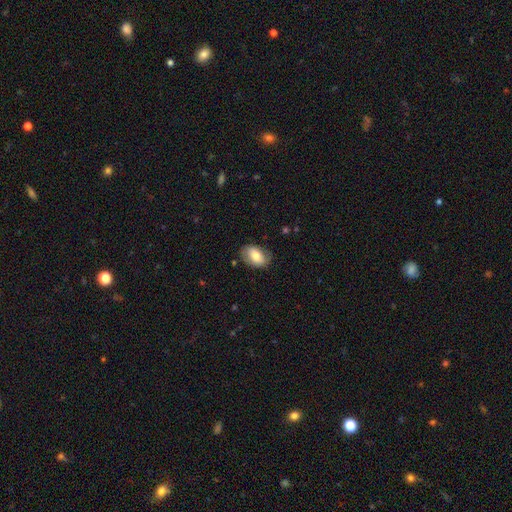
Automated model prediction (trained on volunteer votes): Q: Smooth or featured?
A: smooth (71%); runner-up: featured or disk (22%)
Q: How rounded?
A: in between (89%); runner-up: round (9%)
Q: Merging?
A: none (76%); runner-up: minor disturbance (18%)